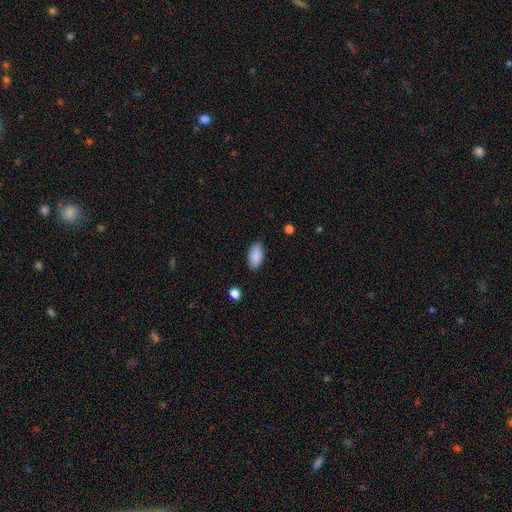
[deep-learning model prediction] A smooth galaxy with no disk features (89%) that is in between round and cigar-shaped (93%).

Vote fractions:
- Smooth or featured? smooth: 89% / star or artifact: 7% / featured or disk: 4%
- How rounded? in between: 93% / cigar-shaped: 4% / round: 3%
- Merging? none: 86% / minor disturbance: 10% / major disturbance: 2% / merger: 1%